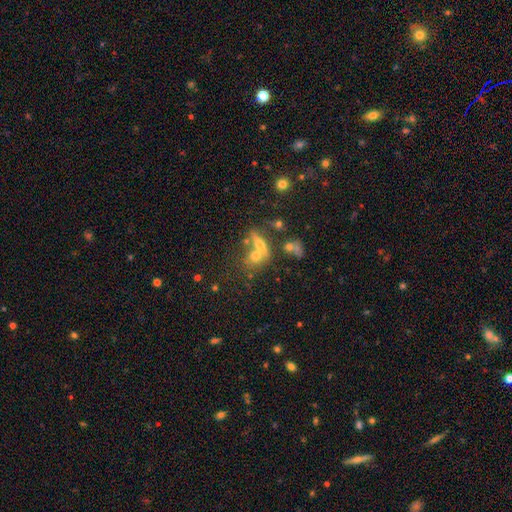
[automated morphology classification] Smooth or featured: smooth — 56% (featured or disk — 26%)
How rounded: in between — 47% (round — 40%)
Merging: merger — 49% (none — 34%)